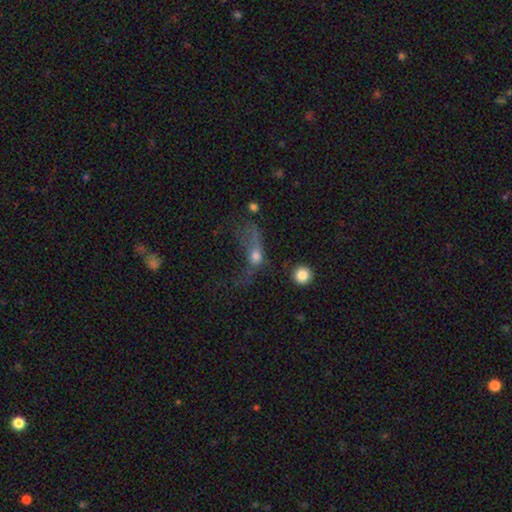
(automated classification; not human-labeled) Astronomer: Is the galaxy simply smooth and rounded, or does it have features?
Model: smooth — 55%.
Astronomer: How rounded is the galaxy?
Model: in between — 47% (runner-up: round, 38%).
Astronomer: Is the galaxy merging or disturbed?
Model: major disturbance — 60%.